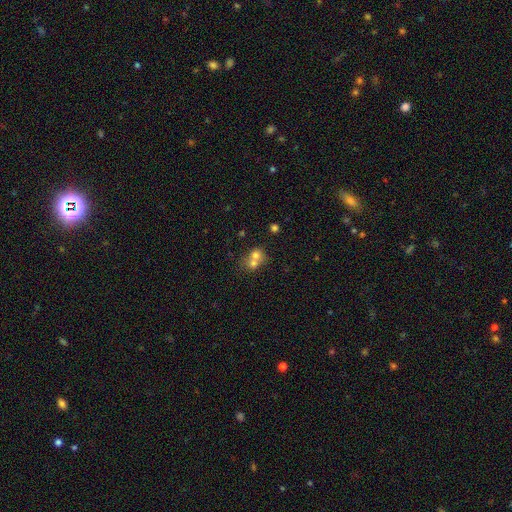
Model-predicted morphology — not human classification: smooth_or_featured: smooth (p=0.67) [alt: featured or disk p=0.20]
how_rounded: round (p=0.73) [alt: in between p=0.26]
merging: merger (p=0.65) [alt: none p=0.26]